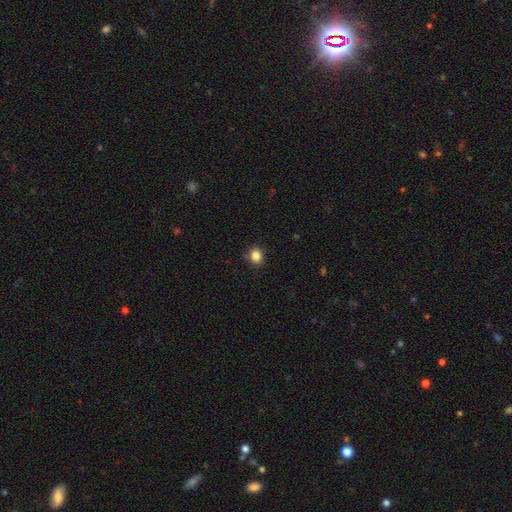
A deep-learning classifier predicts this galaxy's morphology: type=smooth (85%); roundness=round (61%); merging=none (84%).